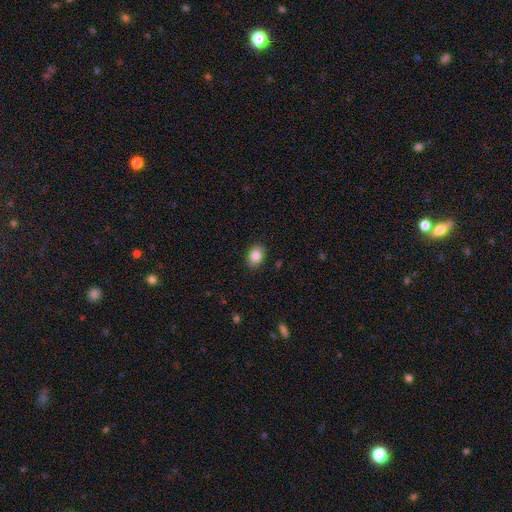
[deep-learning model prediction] This is clearly a smooth galaxy (85%). How rounded: likely in between (75%). Merging: clearly none (88%).